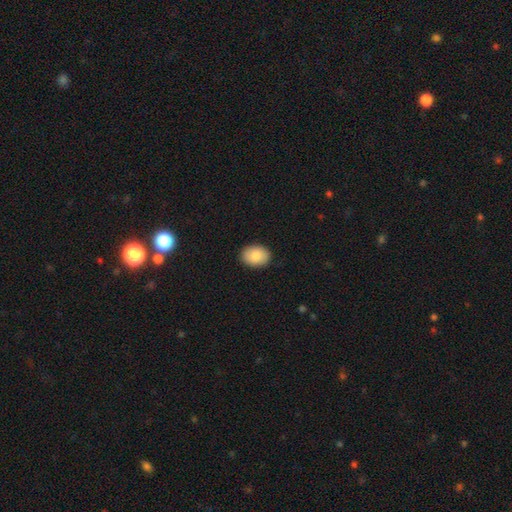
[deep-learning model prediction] Morphology: type=smooth (85%); roundness=in between (69%); merging=none (90%).